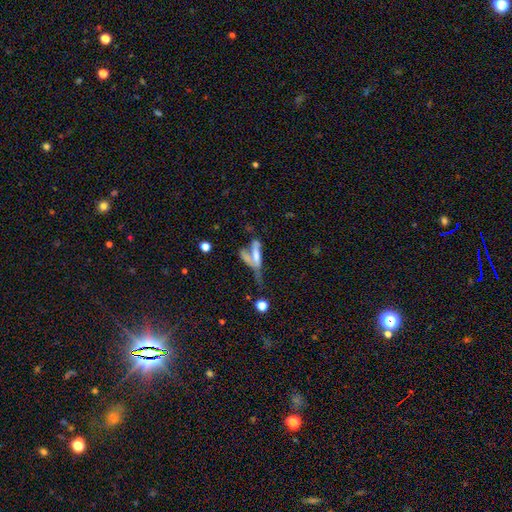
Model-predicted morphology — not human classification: This is possibly a smooth galaxy (46%). Merging: marginally merger (42%).